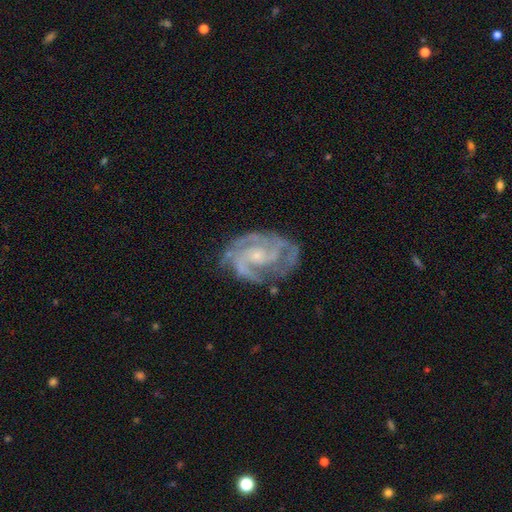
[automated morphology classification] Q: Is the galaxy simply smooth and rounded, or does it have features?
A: featured or disk — 89%.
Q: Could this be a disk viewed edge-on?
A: no — 97%.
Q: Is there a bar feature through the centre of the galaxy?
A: no — 59%.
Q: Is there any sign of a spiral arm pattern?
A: yes — 97%.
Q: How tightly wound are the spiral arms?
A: tight — 51%.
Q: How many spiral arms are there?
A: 2 — 38%.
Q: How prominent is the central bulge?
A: small — 62%.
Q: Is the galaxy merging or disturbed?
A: none — 69%.